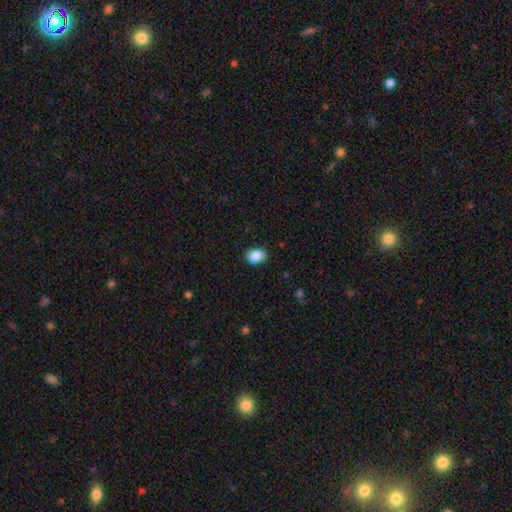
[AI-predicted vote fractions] Smooth or featured?
  - smooth: 90% *
  - star or artifact: 7%
  - featured or disk: 3%
How rounded?
  - in between: 80% *
  - round: 18%
  - cigar-shaped: 1%
Merging?
  - none: 86% *
  - minor disturbance: 11%
  - major disturbance: 2%
  - merger: 1%